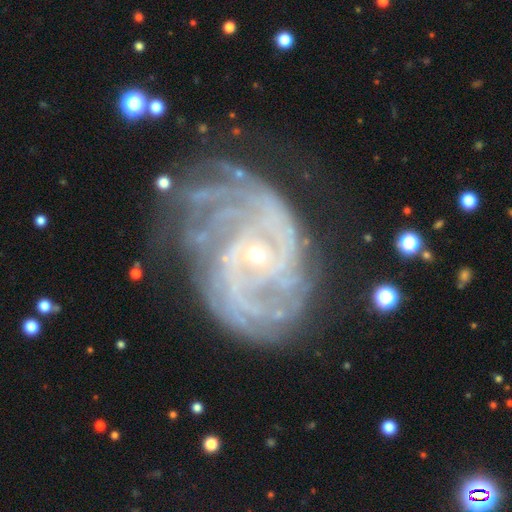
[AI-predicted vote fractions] Overall: featured or disk (90%). Edge-on disk: no (97%). Bar: no (62%; weak 29%). Spiral arms: yes (97%). Spiral arm count: can't tell (25%; 2 20%). Spiral winding: tight (60%; medium 32%). Bulge size: small (80%). Merging: none (62%).